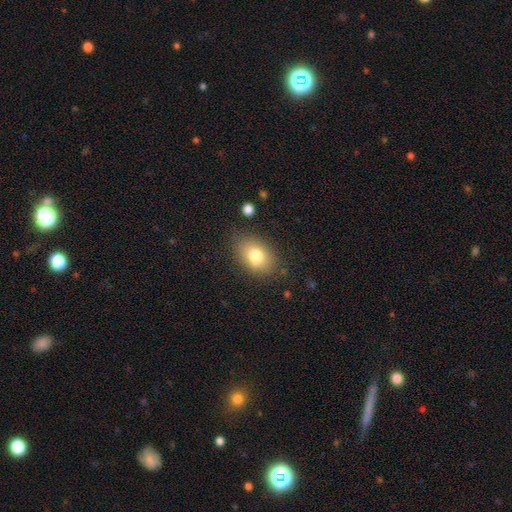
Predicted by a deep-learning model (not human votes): This is likely a smooth galaxy (78%). How rounded: likely in between (78%). Merging: likely none (76%).